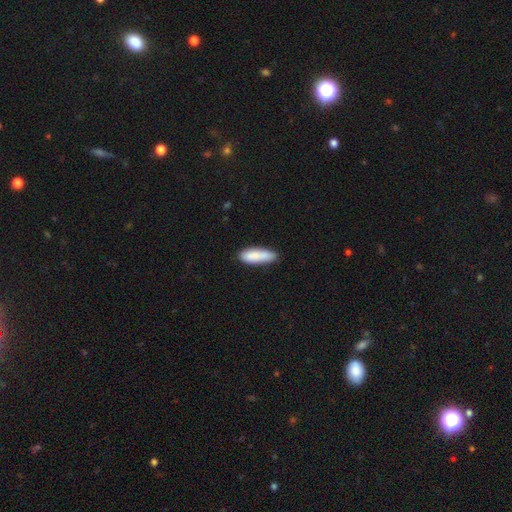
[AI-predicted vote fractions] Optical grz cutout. It shows a smooth galaxy with no disk features (87%) that is in between round and cigar-shaped (51%). Merging: none (76%).